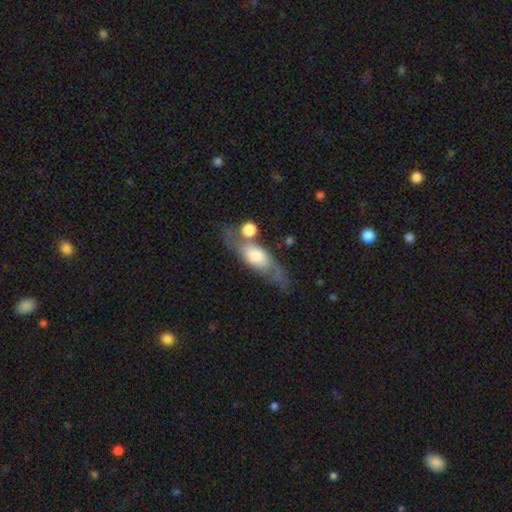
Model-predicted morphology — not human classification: Q: Smooth or featured?
A: smooth (48%); runner-up: featured or disk (45%)
Q: Merging?
A: none (52%); runner-up: minor disturbance (19%)